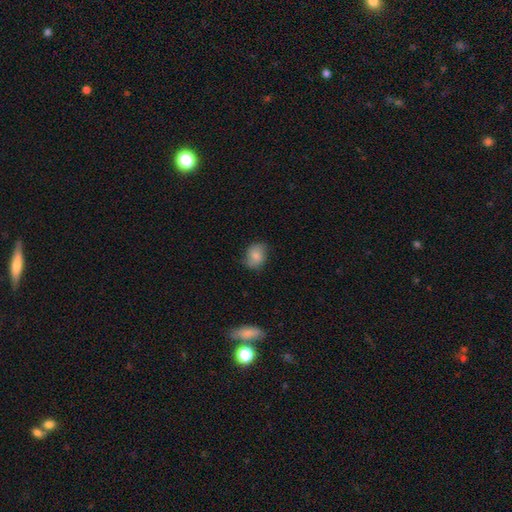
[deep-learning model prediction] Smooth or featured? Predicted: smooth (p=0.78). How rounded? Predicted: in between (p=0.57). Merging? Predicted: none (p=0.71).